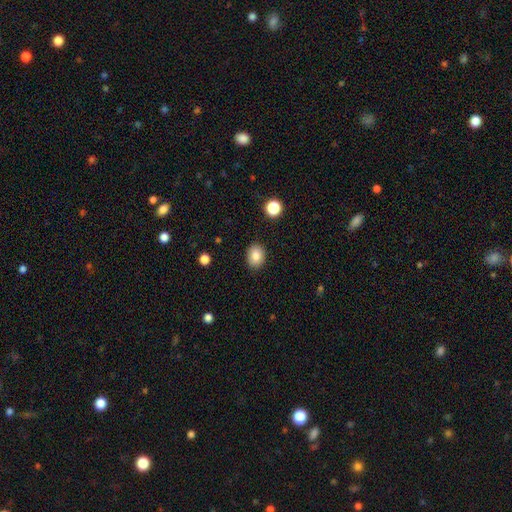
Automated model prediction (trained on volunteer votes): Overall: smooth (85%). How rounded: in between (61%; round 39%). Merging: none (88%).